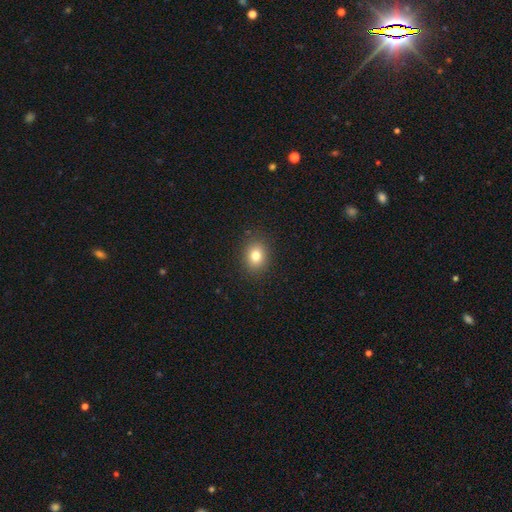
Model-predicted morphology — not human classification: A smooth galaxy with no disk features (80%) that is round (53%). Merging: none (88%).